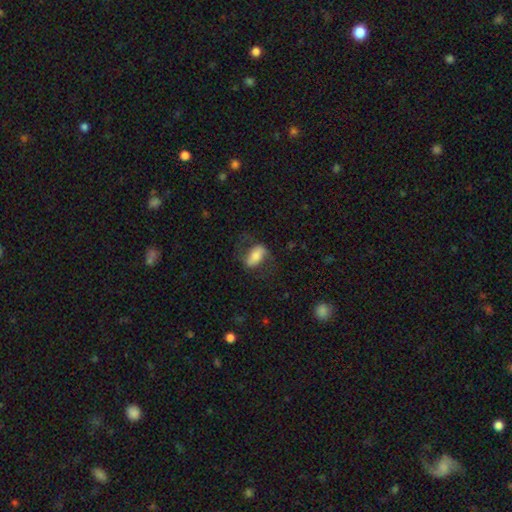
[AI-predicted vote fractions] featured or disk 49%, smooth 43%, star or artifact 7%. Down the decision tree: merging — none (62%).